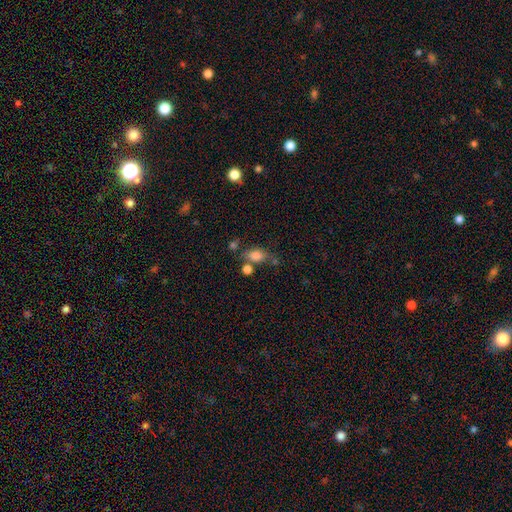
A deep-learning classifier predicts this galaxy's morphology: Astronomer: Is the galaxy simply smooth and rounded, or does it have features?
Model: smooth — 80%.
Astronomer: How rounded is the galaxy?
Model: in between — 80%.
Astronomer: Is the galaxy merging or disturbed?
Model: none — 56%.